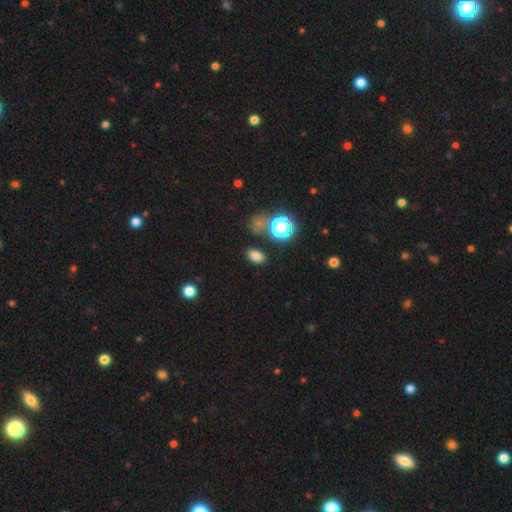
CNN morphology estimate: smooth 78%, star or artifact 17%, featured or disk 5%. Down the decision tree: how rounded — in between (83%); merging — none (83%).